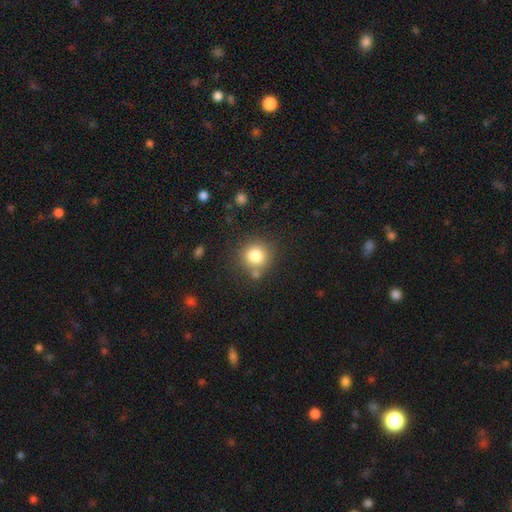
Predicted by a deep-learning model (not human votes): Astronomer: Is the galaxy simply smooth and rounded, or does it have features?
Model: smooth — 82%.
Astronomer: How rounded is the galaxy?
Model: round — 88%.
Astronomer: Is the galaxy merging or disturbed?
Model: none — 73%.